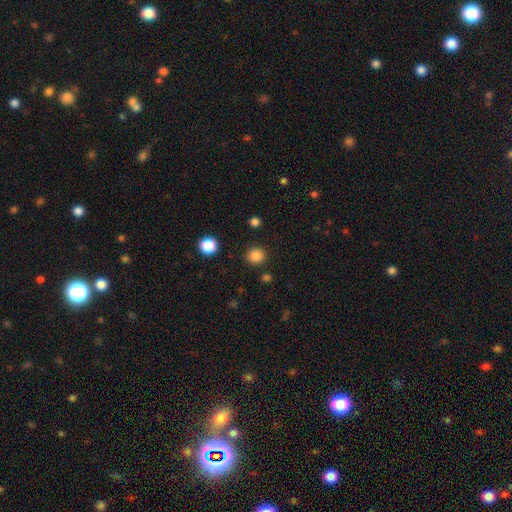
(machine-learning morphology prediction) Smooth or featured: smooth — 85% (star or artifact — 12%)
How rounded: round — 92% (in between — 7%)
Merging: none — 89% (minor disturbance — 6%)